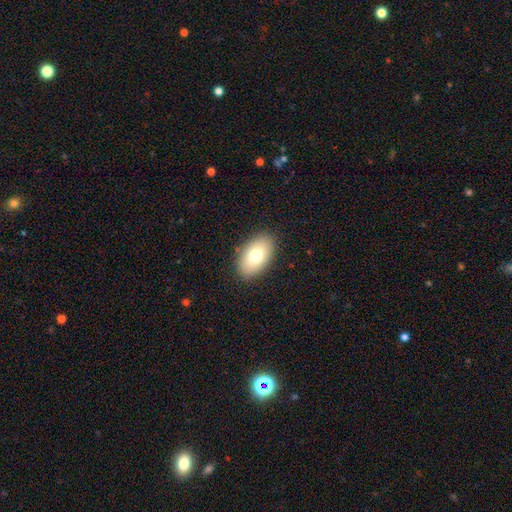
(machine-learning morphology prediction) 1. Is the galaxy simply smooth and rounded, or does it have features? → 75% smooth, 17% featured or disk, 8% star or artifact.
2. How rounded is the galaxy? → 93% in between, 6% round, 1% cigar-shaped.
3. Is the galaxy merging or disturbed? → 88% none, 9% minor disturbance, 2% major disturbance, 1% merger.